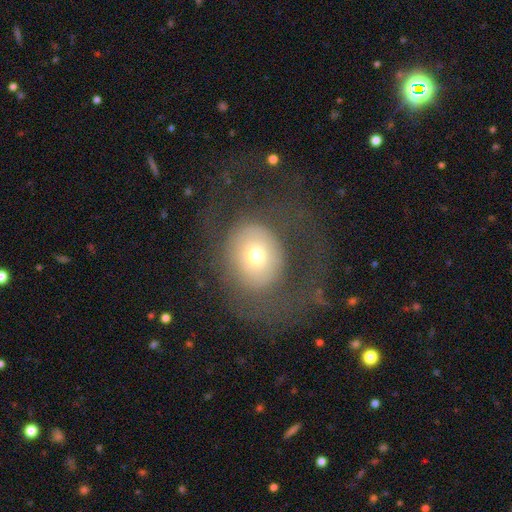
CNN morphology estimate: Smooth or featured: smooth — 53% (featured or disk — 37%)
How rounded: round — 66% (in between — 33%)
Merging: major disturbance — 42% (none — 41%)